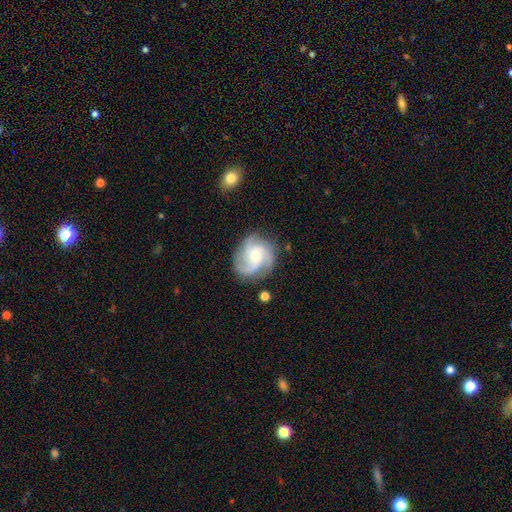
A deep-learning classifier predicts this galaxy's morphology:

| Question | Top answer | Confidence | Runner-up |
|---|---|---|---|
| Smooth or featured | featured or disk | 86% | smooth (8%) |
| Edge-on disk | no | 98% | yes (2%) |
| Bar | no | 64% | weak (30%) |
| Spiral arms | yes | 98% | no (2%) |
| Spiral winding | medium | 50% | tight (32%) |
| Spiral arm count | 3 | 65% | 2 (11%) |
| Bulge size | moderate | 50% | small (45%) |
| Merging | none | 77% | minor disturbance (15%) |